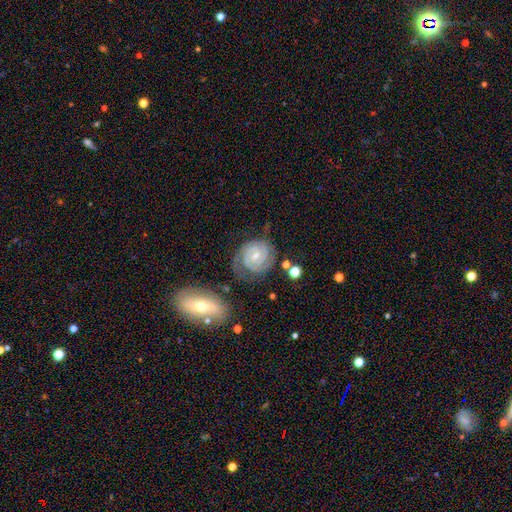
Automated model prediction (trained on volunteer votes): Q: Smooth or featured?
A: featured or disk (88%); runner-up: smooth (7%)
Q: Edge-on disk?
A: no (98%); runner-up: yes (2%)
Q: Bar?
A: no (47%); runner-up: weak (39%)
Q: Spiral arms?
A: yes (98%); runner-up: no (2%)
Q: Spiral winding?
A: tight (80%); runner-up: medium (17%)
Q: Spiral arm count?
A: 2 (70%); runner-up: 3 (14%)
Q: Bulge size?
A: small (66%); runner-up: moderate (31%)
Q: Merging?
A: none (69%); runner-up: minor disturbance (18%)